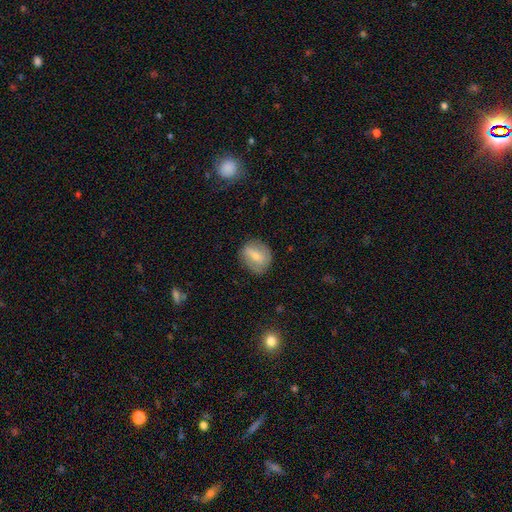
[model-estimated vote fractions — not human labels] smooth_or_featured: smooth (p=0.59) [alt: featured or disk p=0.34]
how_rounded: round (p=0.61) [alt: in between p=0.37]
merging: none (p=0.78) [alt: minor disturbance p=0.16]